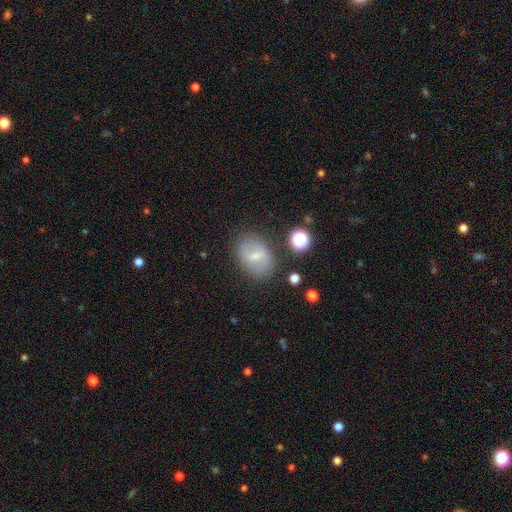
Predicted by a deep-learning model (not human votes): Smooth or featured: smooth — 49% (featured or disk — 40%)
Merging: none — 77% (minor disturbance — 15%)